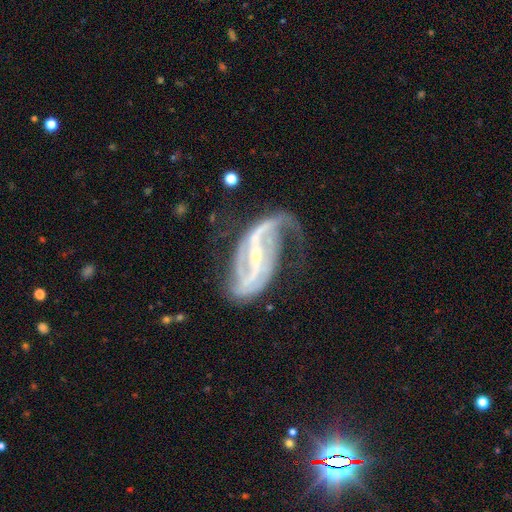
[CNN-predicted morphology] This is clearly a featured or disk galaxy (91%). It is clearly not viewed edge-on (95%). Bar: likely strong (68%). Spiral arm pattern: clearly yes (96%). Spiral arm count: likely 2 (76%). Spiral winding: possibly loose (45%). Central bulge: likely small (75%). Merging: marginally none (43%).